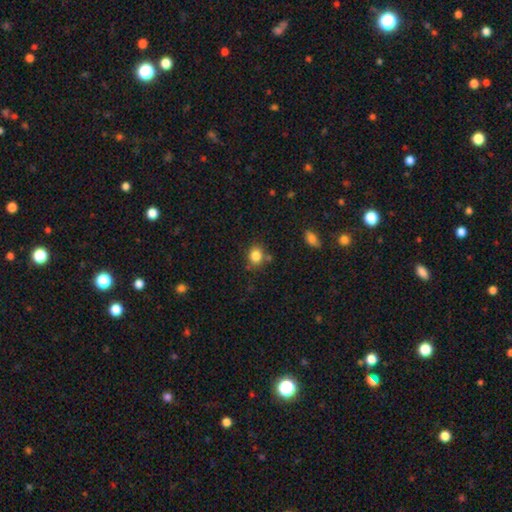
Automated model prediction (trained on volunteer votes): Morphology: type=smooth (84%); roundness=round (64%); merging=none (74%).